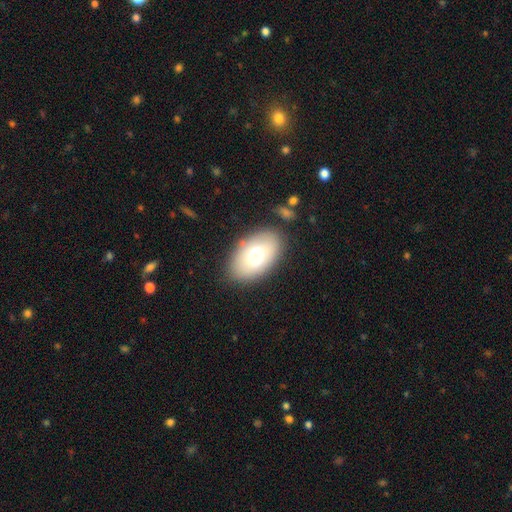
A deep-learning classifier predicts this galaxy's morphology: Smooth or featured? Predicted: smooth (p=0.70). How rounded? Predicted: in between (p=0.91). Merging? Predicted: none (p=0.81).